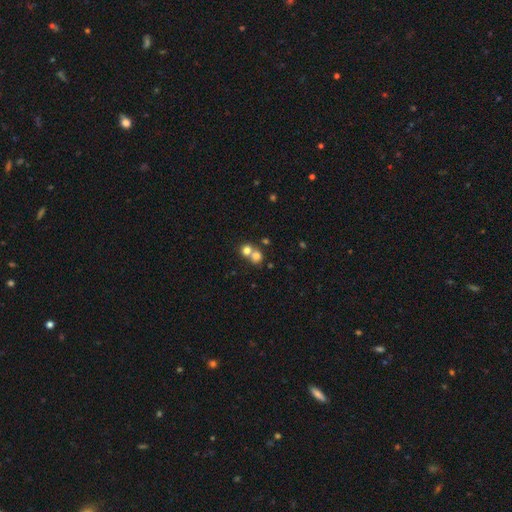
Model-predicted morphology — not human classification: The model was most divided on "merging": merger: 55%, none: 37%, minor disturbance: 5%, major disturbance: 3%. More confident: how rounded — round (81%); smooth or featured — smooth (75%).